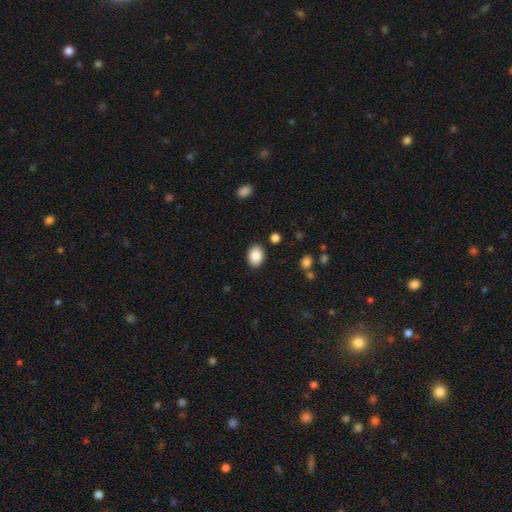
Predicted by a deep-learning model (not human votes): Smooth or featured: smooth — 87% (star or artifact — 8%)
How rounded: in between — 73% (round — 26%)
Merging: none — 88% (minor disturbance — 8%)